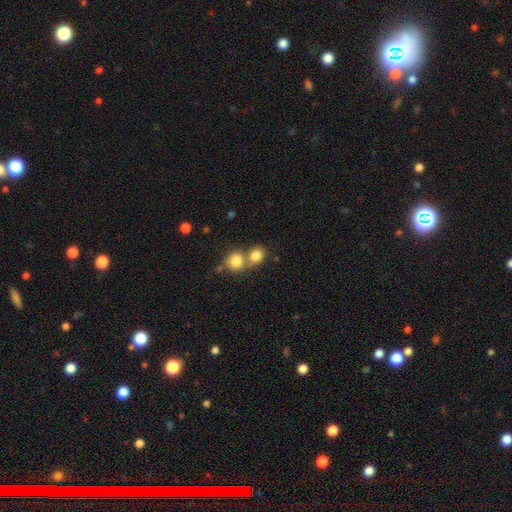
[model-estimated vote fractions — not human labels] A smooth galaxy with no disk features (82%) that is round (72%).

Vote fractions:
- Smooth or featured? smooth: 82% / star or artifact: 10% / featured or disk: 9%
- How rounded? round: 72% / in between: 27% / cigar-shaped: 1%
- Merging? merger: 51% / none: 40% / minor disturbance: 6% / major disturbance: 3%